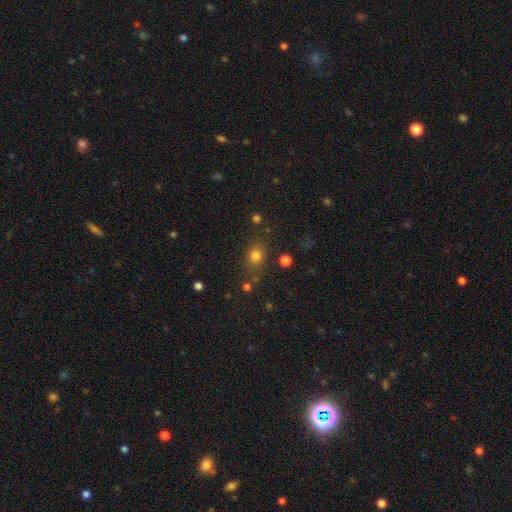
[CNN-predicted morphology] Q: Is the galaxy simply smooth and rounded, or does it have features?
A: smooth — 76%.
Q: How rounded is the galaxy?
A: round — 59%.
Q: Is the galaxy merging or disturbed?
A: none — 75%.